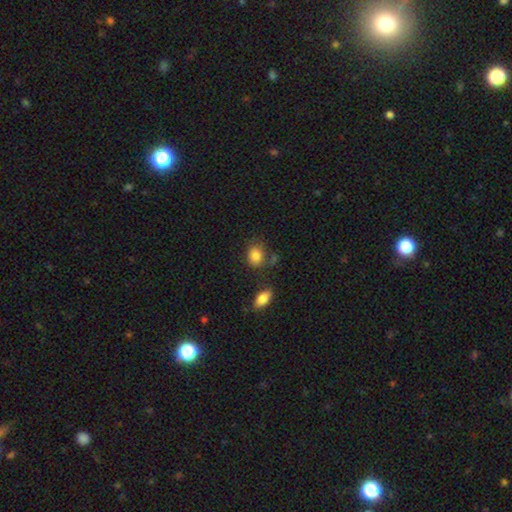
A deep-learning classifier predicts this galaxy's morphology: Overall: smooth (84%). How rounded: in between (51%; round 48%). Merging: none (59%; minor disturbance 22%).